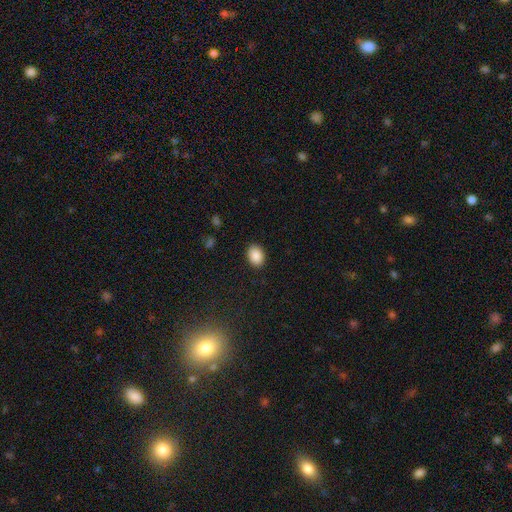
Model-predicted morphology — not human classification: Smooth or featured? smooth (90%)
How rounded? in between (72%)
Merging? none (89%)